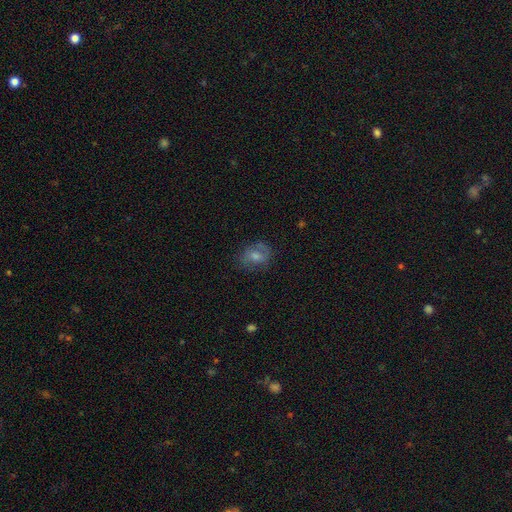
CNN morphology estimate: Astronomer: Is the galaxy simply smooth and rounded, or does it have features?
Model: smooth — 52% (runner-up: featured or disk, 39%).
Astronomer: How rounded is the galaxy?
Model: in between — 55% (runner-up: round, 43%).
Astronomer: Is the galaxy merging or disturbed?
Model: none — 63%.